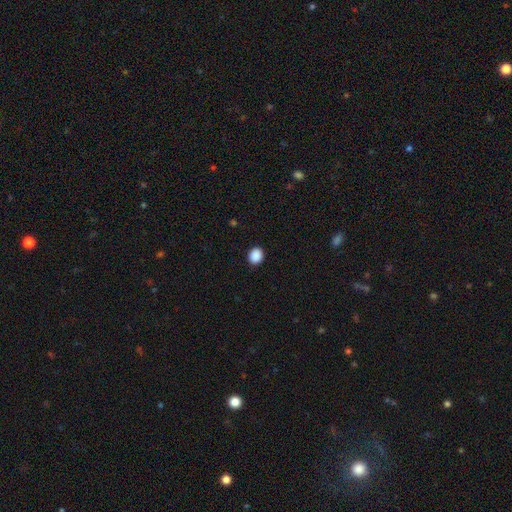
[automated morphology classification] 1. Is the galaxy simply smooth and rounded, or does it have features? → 89% smooth, 9% star or artifact, 2% featured or disk.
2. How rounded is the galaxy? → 75% round, 24% in between, 1% cigar-shaped.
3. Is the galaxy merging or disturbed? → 92% none, 6% minor disturbance, 2% major disturbance, 1% merger.